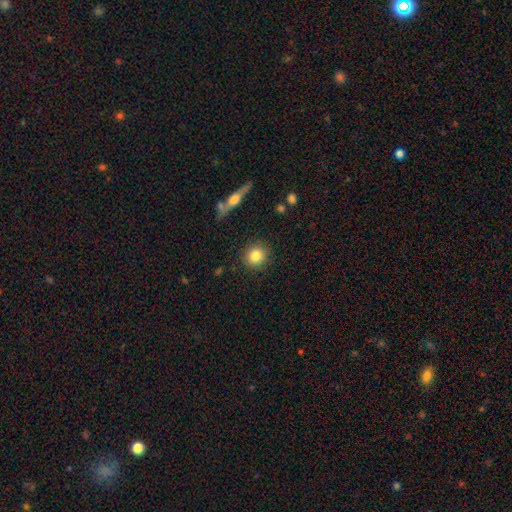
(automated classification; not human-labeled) A smooth galaxy with no disk features (83%) that is round (91%).

Vote fractions:
- Smooth or featured? smooth: 83% / star or artifact: 9% / featured or disk: 8%
- How rounded? round: 91% / in between: 8% / cigar-shaped: 1%
- Merging? none: 90% / minor disturbance: 6% / major disturbance: 2% / merger: 2%